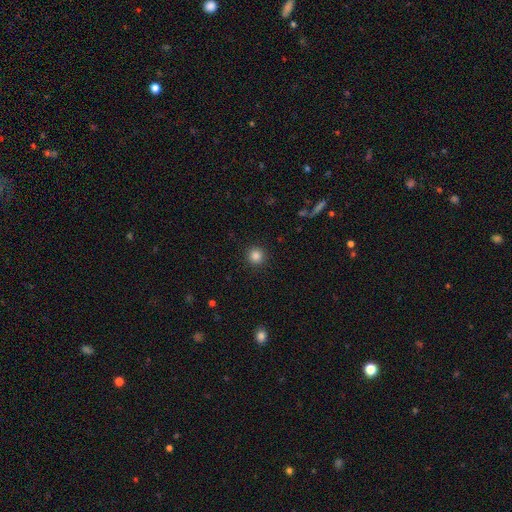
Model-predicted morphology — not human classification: smooth 85%, star or artifact 11%, featured or disk 3%. Down the decision tree: how rounded — round (95%); merging — none (92%).